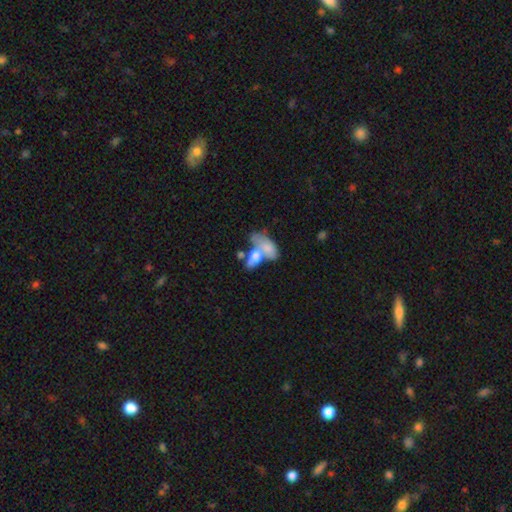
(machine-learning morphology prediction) Q: Smooth or featured?
A: smooth (66%); runner-up: featured or disk (26%)
Q: How rounded?
A: in between (85%); runner-up: round (8%)
Q: Merging?
A: merger (57%); runner-up: none (21%)